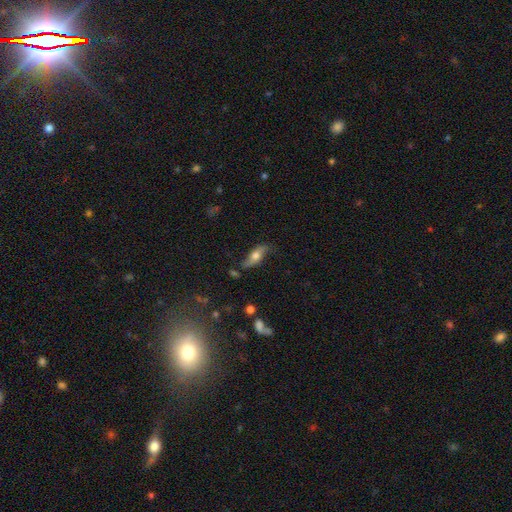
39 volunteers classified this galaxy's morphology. smooth-or-featured: smooth: 59% | featured or disk: 41% | star or artifact: 0%
  how-rounded: in between: 52% | cigar-shaped: 39% | round: 9%
  merging: none: 67% | minor disturbance: 26% | major disturbance: 8% | merger: 0%